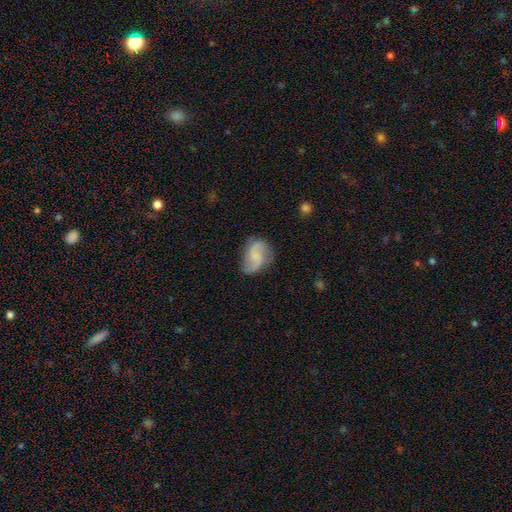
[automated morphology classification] Smooth or featured: featured or disk — 71% (smooth — 22%)
Edge-on disk: no — 98% (yes — 2%)
Bar: no — 46% (weak — 43%)
Spiral arms: yes — 94% (no — 6%)
Spiral winding: loose — 61% (medium — 31%)
Spiral arm count: 2 — 90% (can't tell — 4%)
Bulge size: none — 45% (small — 36%)
Merging: none — 70% (minor disturbance — 20%)